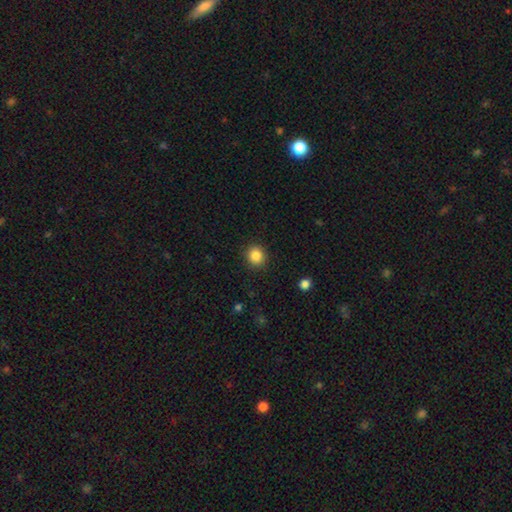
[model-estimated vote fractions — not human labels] A smooth galaxy with no disk features (86%) that is round (86%). Merging: none (90%).